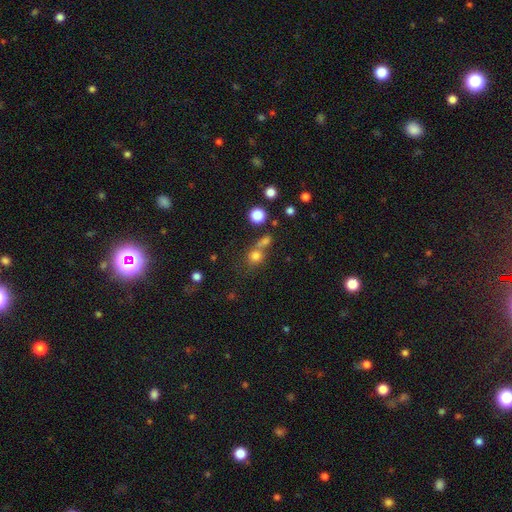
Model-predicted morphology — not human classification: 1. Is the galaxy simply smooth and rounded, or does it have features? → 76% smooth, 16% star or artifact, 9% featured or disk.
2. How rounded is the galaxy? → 84% round, 15% in between, 1% cigar-shaped.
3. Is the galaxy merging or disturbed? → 50% none, 35% merger, 9% minor disturbance, 6% major disturbance.